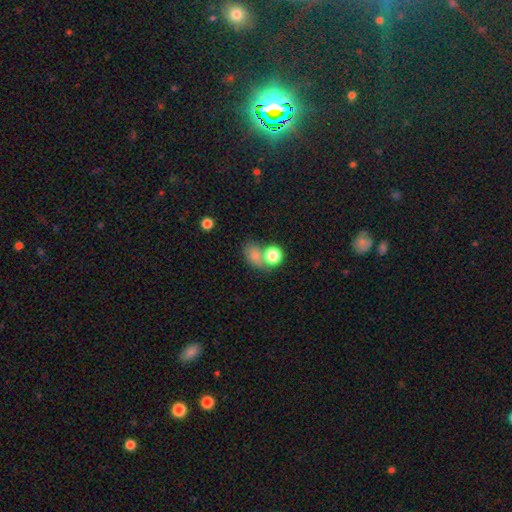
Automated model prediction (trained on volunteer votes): This is possibly a star or artifact rather than a galaxy (47%).